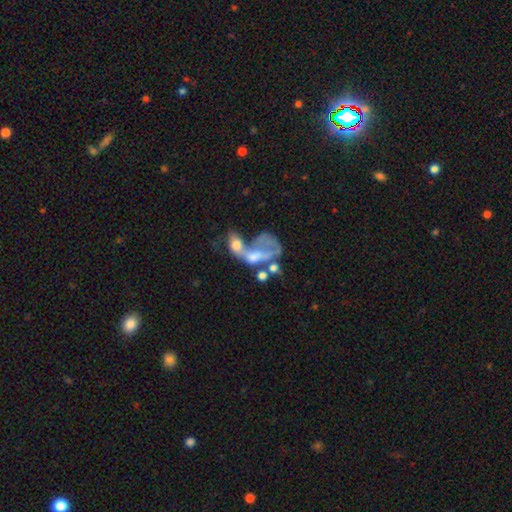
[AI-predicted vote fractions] Morphology: type=featured or disk (48%); merging=merger (59%).